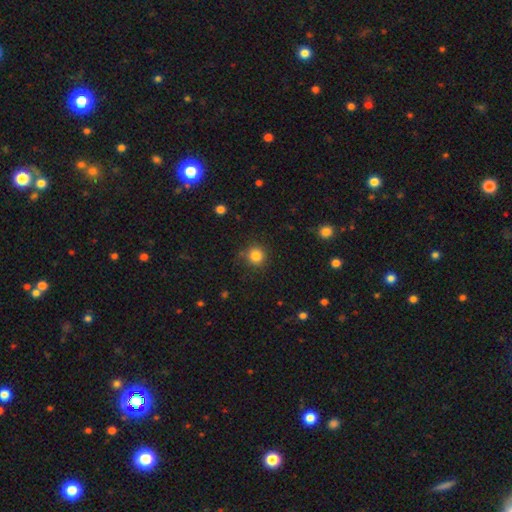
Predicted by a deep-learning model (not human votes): This is clearly a smooth galaxy (83%). How rounded: clearly round (93%). Merging: clearly none (84%).